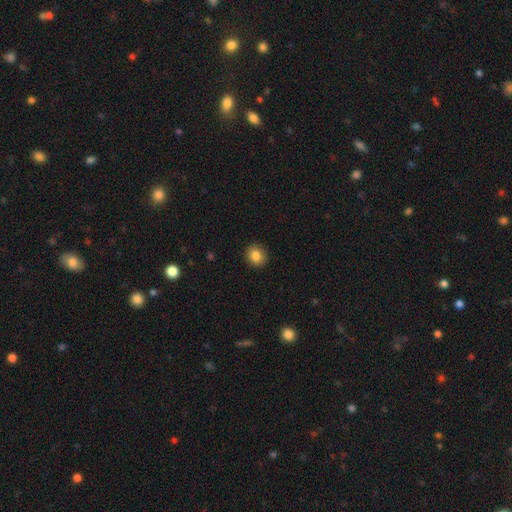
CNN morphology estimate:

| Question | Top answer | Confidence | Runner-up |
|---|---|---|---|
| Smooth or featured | smooth | 85% | star or artifact (10%) |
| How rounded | round | 82% | in between (17%) |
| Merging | none | 91% | minor disturbance (6%) |